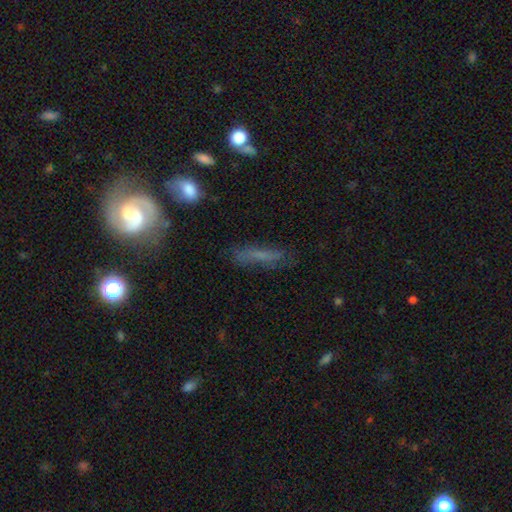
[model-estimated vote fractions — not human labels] This appears to be a featured or disk galaxy (48%). Merging: none (69%).